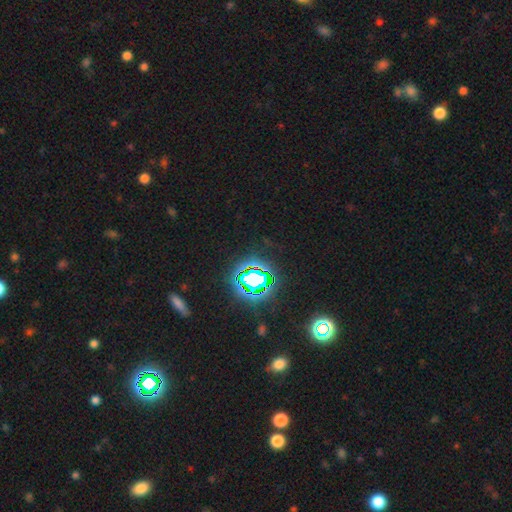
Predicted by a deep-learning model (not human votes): Morphology: type=star or artifact (78%).